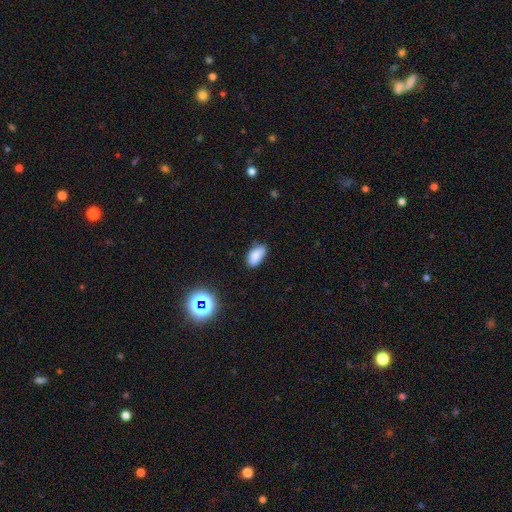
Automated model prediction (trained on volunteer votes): Overall: smooth (84%). How rounded: in between (92%). Merging: none (68%).